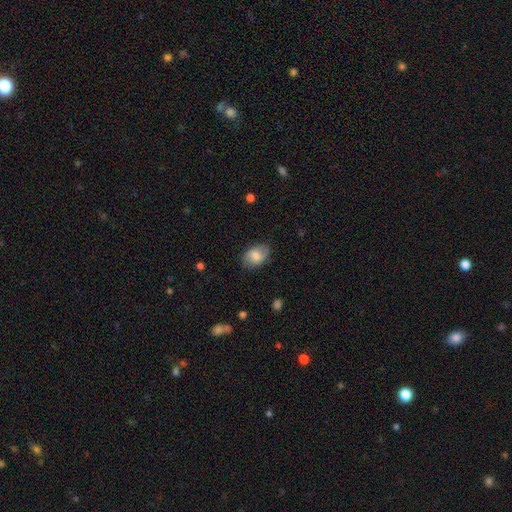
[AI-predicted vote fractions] smooth 74%, featured or disk 18%, star or artifact 7%. Down the decision tree: how rounded — in between (84%); merging — none (79%).